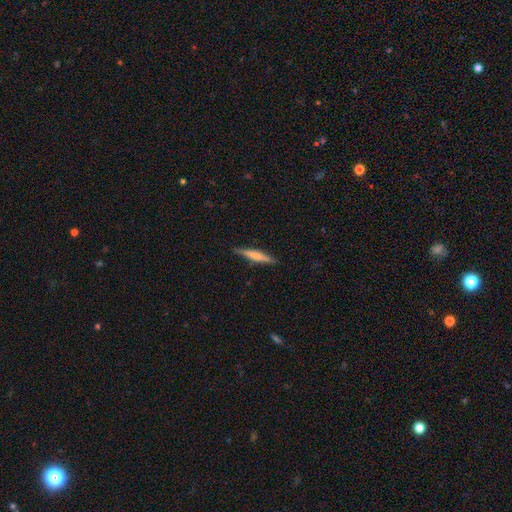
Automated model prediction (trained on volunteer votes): A smooth galaxy with no disk features (51%) that is cigar-shaped (92%).

Vote fractions:
- Smooth or featured? smooth: 51% / featured or disk: 43% / star or artifact: 6%
- How rounded? cigar-shaped: 92% / in between: 6% / round: 2%
- Merging? none: 88% / minor disturbance: 9% / major disturbance: 2% / merger: 1%